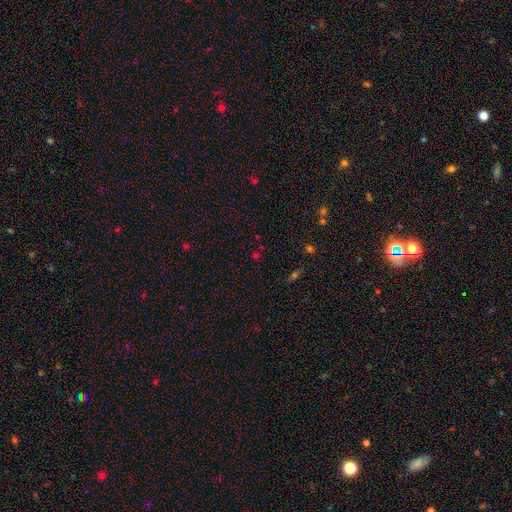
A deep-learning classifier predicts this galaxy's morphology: Smooth or featured? Predicted: star or artifact (p=0.50).